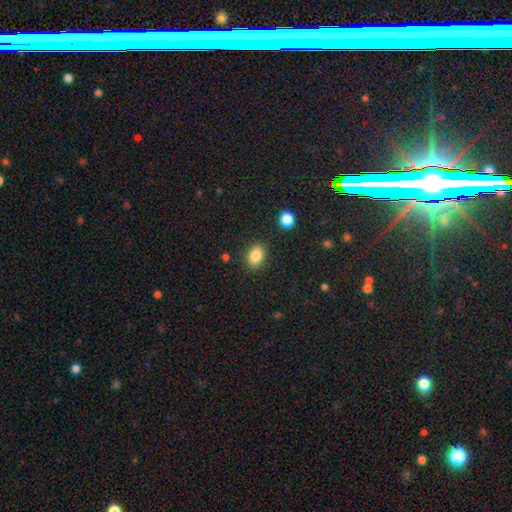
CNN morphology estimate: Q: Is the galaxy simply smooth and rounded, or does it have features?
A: smooth — 86%.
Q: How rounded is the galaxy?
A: in between — 77%.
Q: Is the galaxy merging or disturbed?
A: none — 86%.